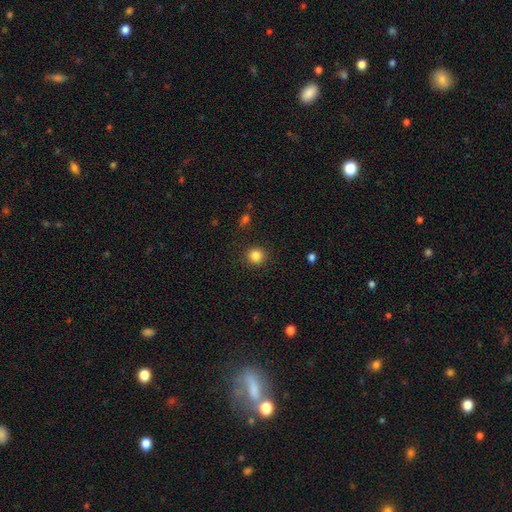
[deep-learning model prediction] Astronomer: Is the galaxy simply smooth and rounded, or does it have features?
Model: smooth — 85%.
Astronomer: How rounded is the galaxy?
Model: round — 91%.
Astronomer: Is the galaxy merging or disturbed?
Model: none — 90%.